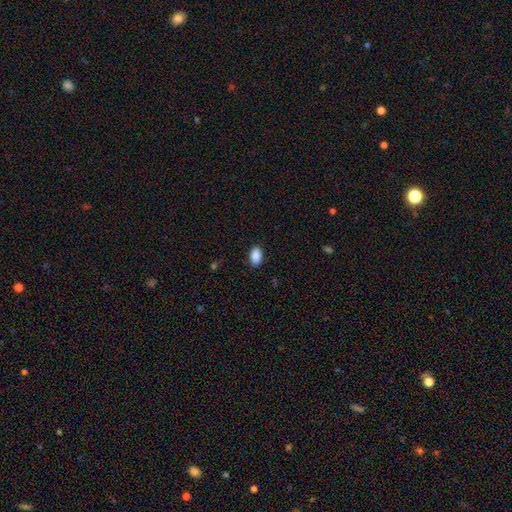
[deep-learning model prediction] smooth-or-featured: smooth: 90% | star or artifact: 7% | featured or disk: 3%
  how-rounded: in between: 92% | round: 6% | cigar-shaped: 1%
  merging: none: 87% | minor disturbance: 10% | major disturbance: 2% | merger: 1%